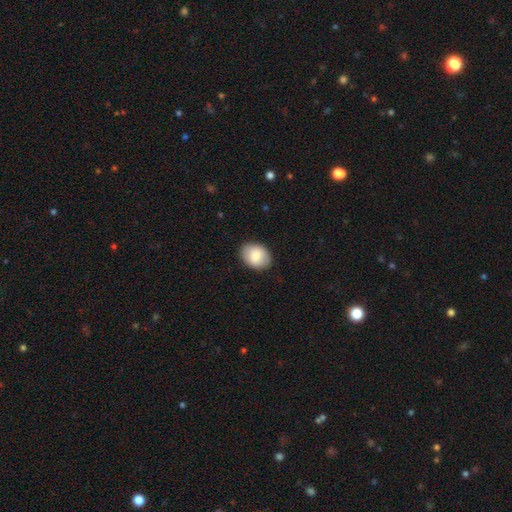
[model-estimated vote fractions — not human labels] Q: Smooth or featured?
A: smooth (80%); runner-up: featured or disk (13%)
Q: How rounded?
A: in between (64%); runner-up: round (35%)
Q: Merging?
A: none (87%); runner-up: minor disturbance (10%)